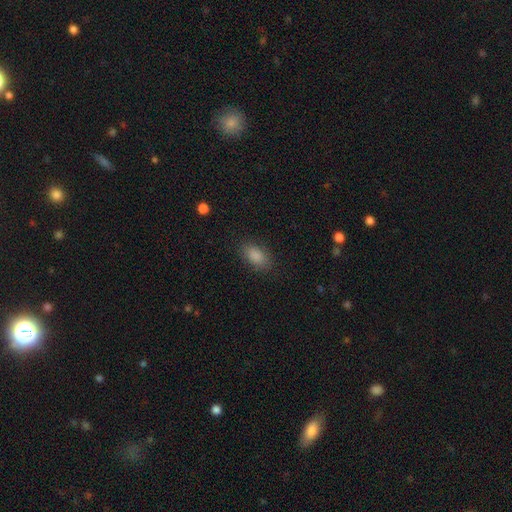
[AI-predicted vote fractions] Smooth or featured? Predicted: smooth (p=0.88). How rounded? Predicted: in between (p=0.91). Merging? Predicted: none (p=0.86).